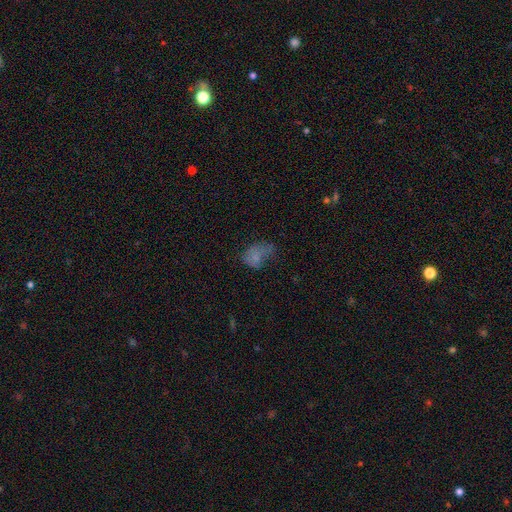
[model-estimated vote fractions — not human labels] smooth-or-featured: smooth: 62% | featured or disk: 21% | star or artifact: 17%
  how-rounded: in between: 79% | round: 20% | cigar-shaped: 2%
  merging: major disturbance: 35% | none: 30% | minor disturbance: 30% | merger: 5%